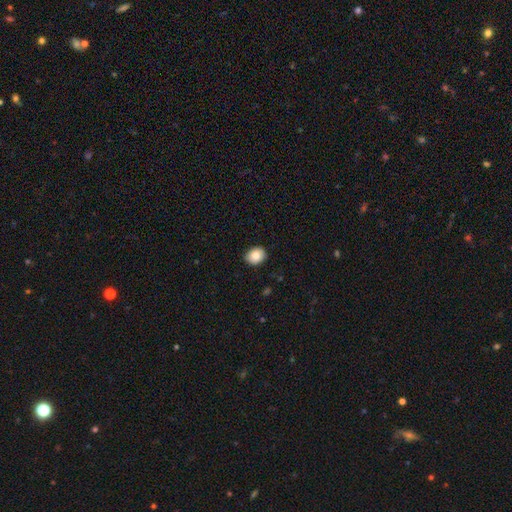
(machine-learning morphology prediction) Smooth or featured?
  - smooth: 85% *
  - star or artifact: 8%
  - featured or disk: 7%
How rounded?
  - round: 51% *
  - in between: 49%
  - cigar-shaped: 1%
Merging?
  - none: 88% *
  - minor disturbance: 9%
  - major disturbance: 2%
  - merger: 1%